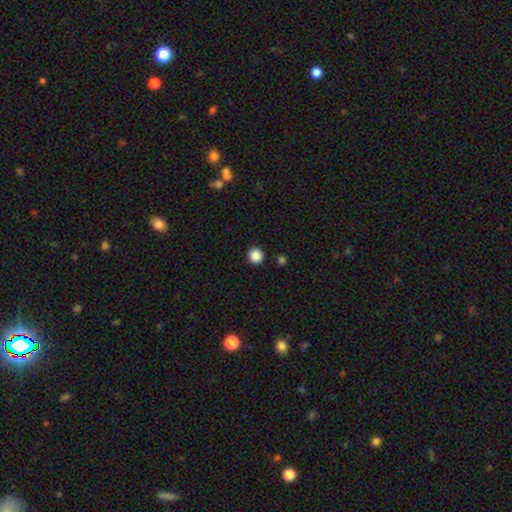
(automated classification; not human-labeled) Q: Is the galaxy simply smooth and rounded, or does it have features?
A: smooth — 87%.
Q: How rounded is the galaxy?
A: round — 94%.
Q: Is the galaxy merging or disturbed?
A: none — 91%.